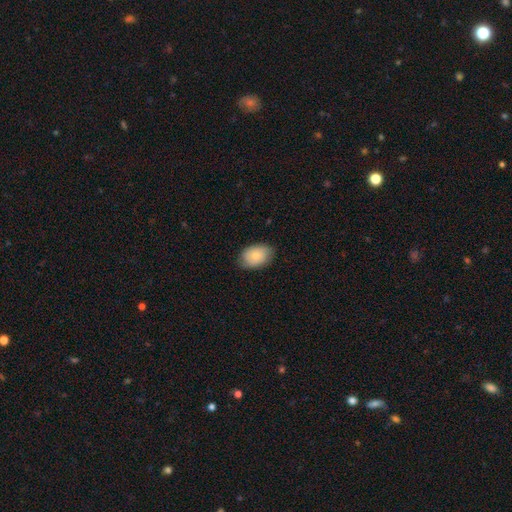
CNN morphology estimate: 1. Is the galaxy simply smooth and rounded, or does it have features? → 79% smooth, 14% featured or disk, 7% star or artifact.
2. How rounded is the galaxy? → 80% in between, 19% round, 1% cigar-shaped.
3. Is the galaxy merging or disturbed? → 79% none, 17% minor disturbance, 3% major disturbance, 1% merger.